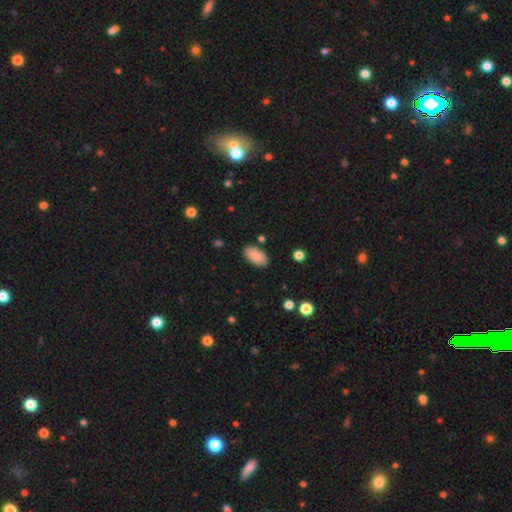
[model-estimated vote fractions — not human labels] smooth-or-featured: smooth: 89% | star or artifact: 7% | featured or disk: 4%
  how-rounded: in between: 94% | round: 3% | cigar-shaped: 3%
  merging: none: 86% | minor disturbance: 9% | major disturbance: 2% | merger: 2%